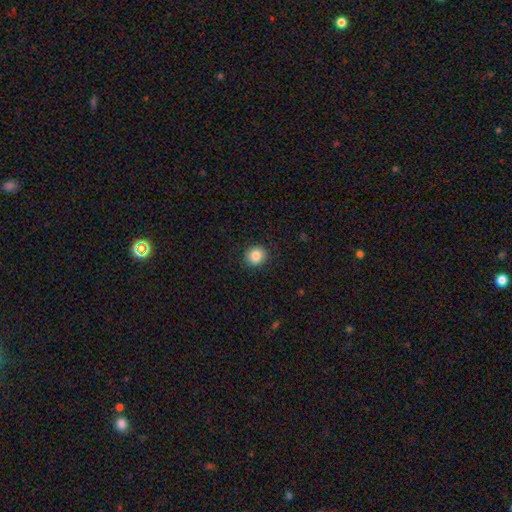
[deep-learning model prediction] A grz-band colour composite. It shows a smooth galaxy with no disk features (86%) that is round (85%). Merging: none (90%).